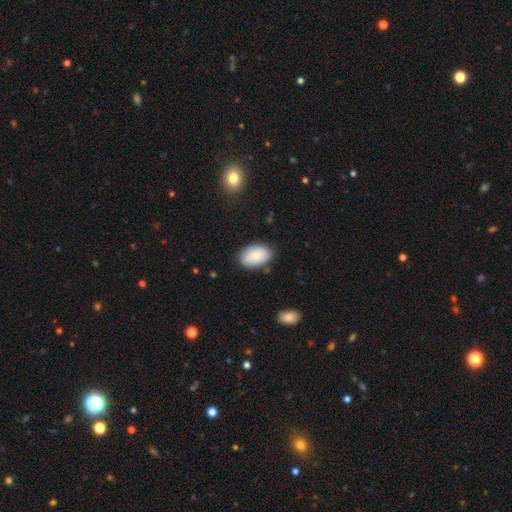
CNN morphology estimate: smooth_or_featured: smooth (p=0.79) [alt: featured or disk p=0.15]
how_rounded: in between (p=0.89) [alt: round p=0.10]
merging: none (p=0.79) [alt: minor disturbance p=0.15]